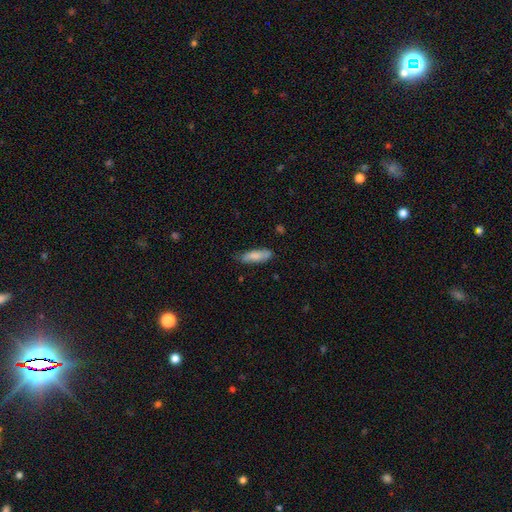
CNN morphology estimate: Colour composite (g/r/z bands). It shows a smooth galaxy with no disk features (80%) that is in between round and cigar-shaped (54%). Merging: none (70%).